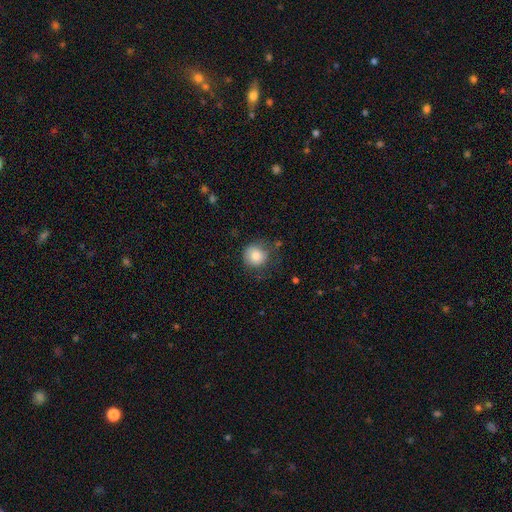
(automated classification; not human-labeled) smooth 81%, featured or disk 10%, star or artifact 9%. Down the decision tree: how rounded — round (89%); merging — none (67%).